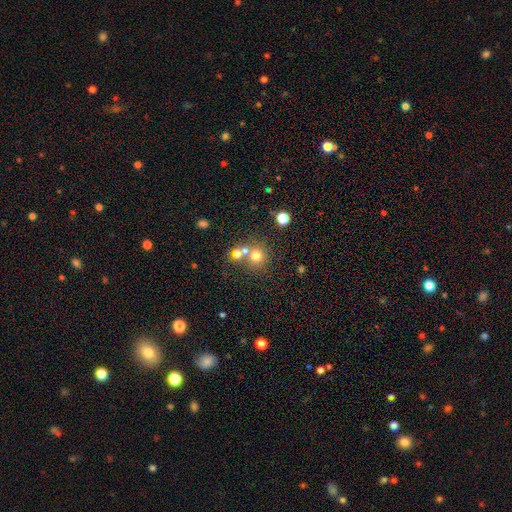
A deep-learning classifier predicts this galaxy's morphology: smooth-or-featured: smooth: 69% | star or artifact: 17% | featured or disk: 13%
  how-rounded: round: 87% | in between: 12% | cigar-shaped: 1%
  merging: none: 54% | merger: 34% | minor disturbance: 8% | major disturbance: 4%